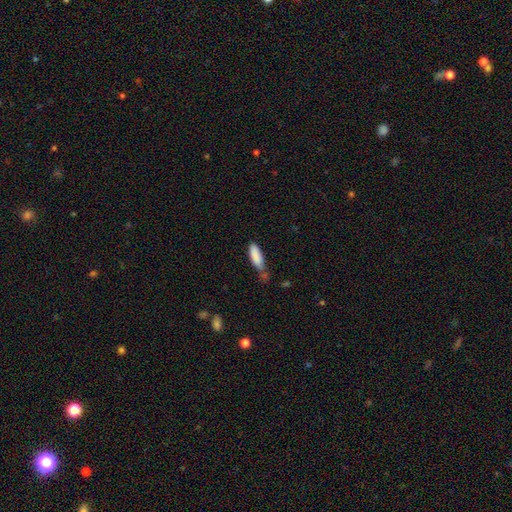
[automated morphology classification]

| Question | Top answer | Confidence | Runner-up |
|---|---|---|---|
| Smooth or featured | smooth | 86% | featured or disk (7%) |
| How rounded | in between | 55% | cigar-shaped (43%) |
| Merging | none | 43% | minor disturbance (34%) |